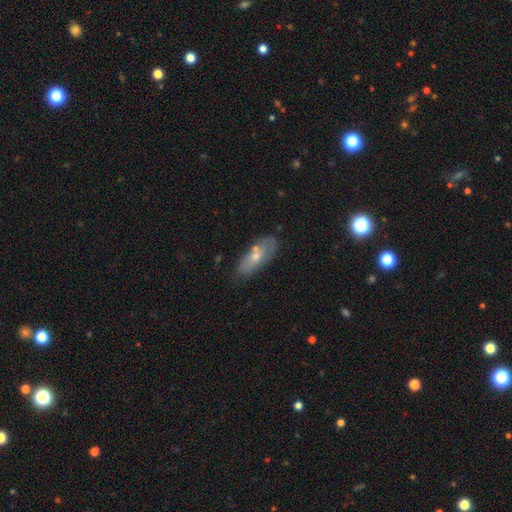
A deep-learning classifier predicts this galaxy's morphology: Smooth or featured? smooth (48%)
Merging? none (67%)